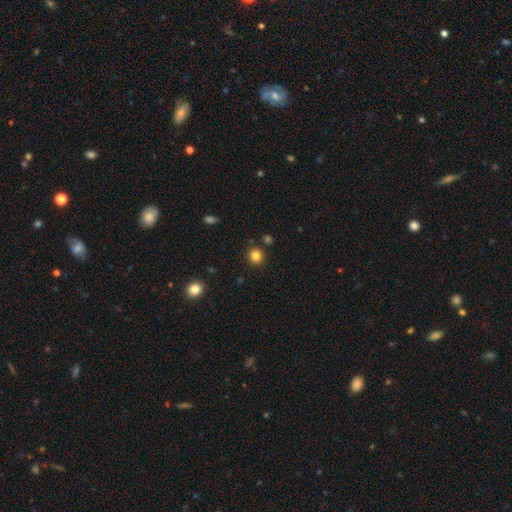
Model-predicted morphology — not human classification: type=smooth (84%); roundness=round (92%); merging=none (88%).